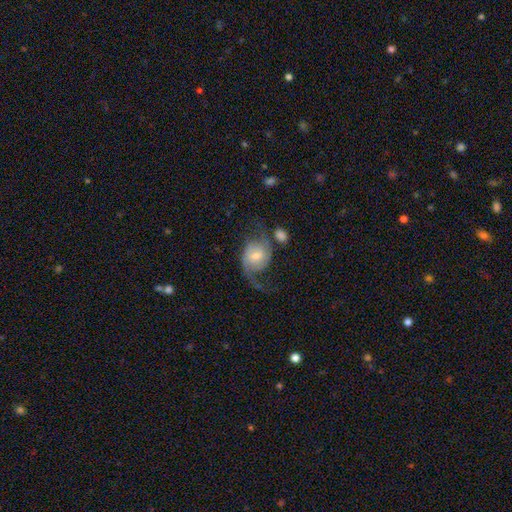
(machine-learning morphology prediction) The model was most divided on "bar": no: 50%, weak: 41%, strong: 9%. Remaining: edge-on disk — no (97%); spiral arms — yes (94%); spiral arm count — 2 (84%); smooth or featured — featured or disk (74%); spiral winding — loose (66%); bulge size — moderate (48%); merging — none (45%).